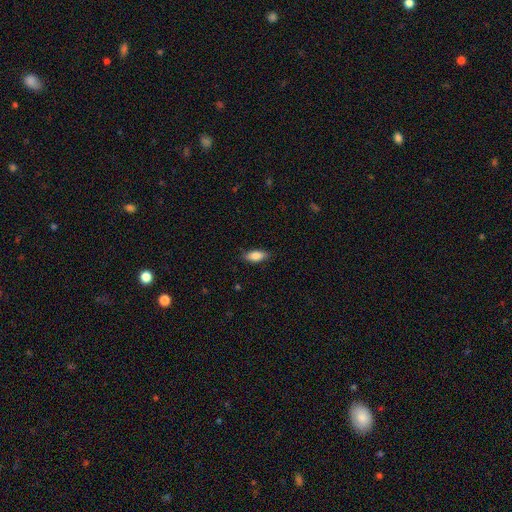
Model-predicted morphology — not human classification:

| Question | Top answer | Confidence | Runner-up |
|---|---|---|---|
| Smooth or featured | smooth | 84% | featured or disk (10%) |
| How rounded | in between | 83% | cigar-shaped (14%) |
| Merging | none | 85% | minor disturbance (12%) |